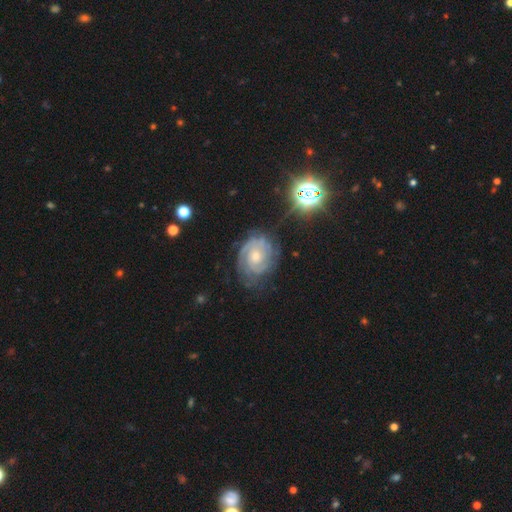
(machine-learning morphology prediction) A featured or disk galaxy (86%) with no bar (73%), 2 (37%) tight (74%) spiral arms (96%) and a small central bulge (50%).

Vote fractions:
- Smooth or featured? featured or disk: 86% / smooth: 8% / star or artifact: 7%
- Edge-on disk? no: 98% / yes: 2%
- Bar? no: 73% / weak: 22% / strong: 5%
- Spiral arms? yes: 96% / no: 4%
- Spiral winding? tight: 74% / medium: 22% / loose: 4%
- Spiral arm count? 2: 37% / can't tell: 27% / 3: 20% / 4: 6% / 1: 5% / more than 4: 5%
- Bulge size? small: 50% / moderate: 44% / large: 2% / none: 2% / dominant: 1%
- Merging? none: 70% / minor disturbance: 20% / major disturbance: 8% / merger: 2%